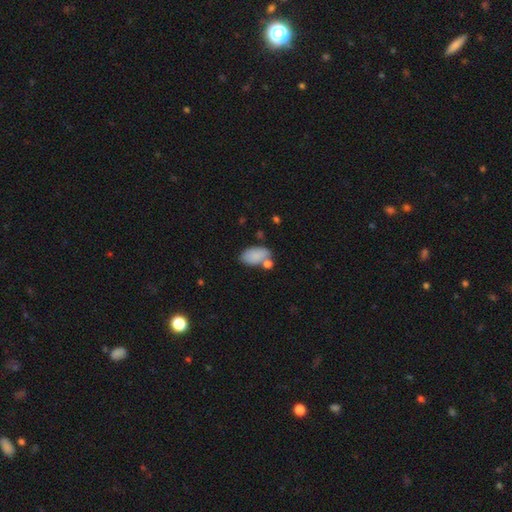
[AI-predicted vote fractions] Smooth or featured: smooth — 84% (featured or disk — 9%)
How rounded: in between — 93% (round — 5%)
Merging: none — 54% (merger — 22%)